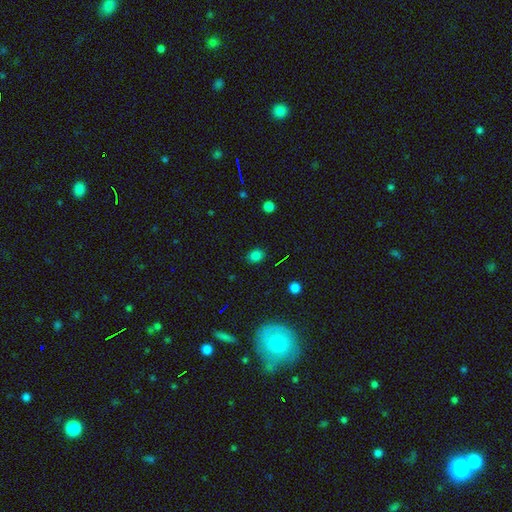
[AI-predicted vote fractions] Overall: smooth (79%). How rounded: round (60%; in between 39%). Merging: none (87%).